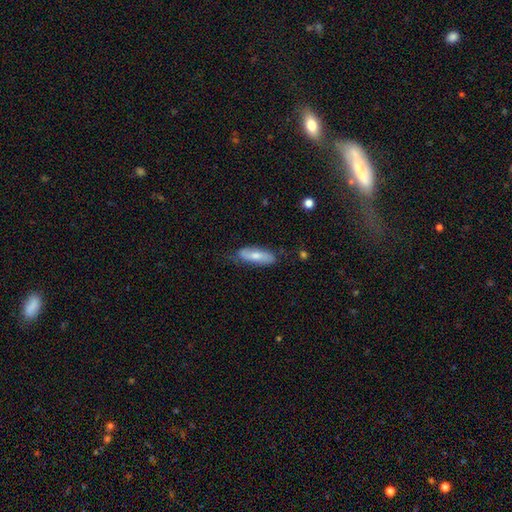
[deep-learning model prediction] Smooth or featured?
  - smooth: 61% *
  - featured or disk: 33%
  - star or artifact: 5%
How rounded?
  - in between: 60% *
  - cigar-shaped: 37%
  - round: 2%
Merging?
  - none: 70% *
  - minor disturbance: 23%
  - major disturbance: 5%
  - merger: 2%